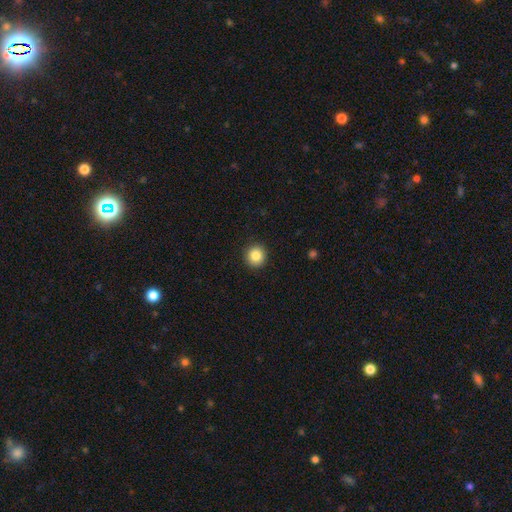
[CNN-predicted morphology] Q: Smooth or featured?
A: smooth (85%); runner-up: star or artifact (10%)
Q: How rounded?
A: round (93%); runner-up: in between (6%)
Q: Merging?
A: none (92%); runner-up: minor disturbance (5%)